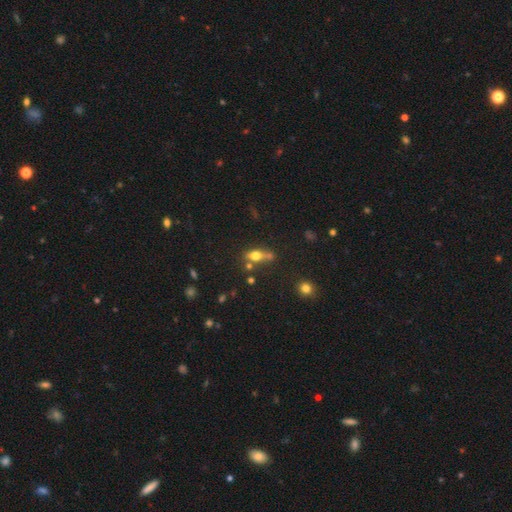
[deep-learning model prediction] smooth-or-featured: smooth: 58% | featured or disk: 29% | star or artifact: 13%
  how-rounded: in between: 60% | cigar-shaped: 22% | round: 17%
  merging: none: 53% | merger: 23% | minor disturbance: 16% | major disturbance: 7%